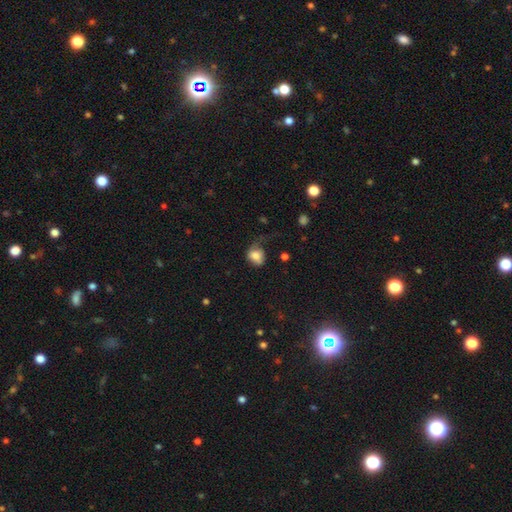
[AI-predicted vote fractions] Overall: smooth (75%). How rounded: round (56%; in between 43%). Merging: major disturbance (37%; none 32%).